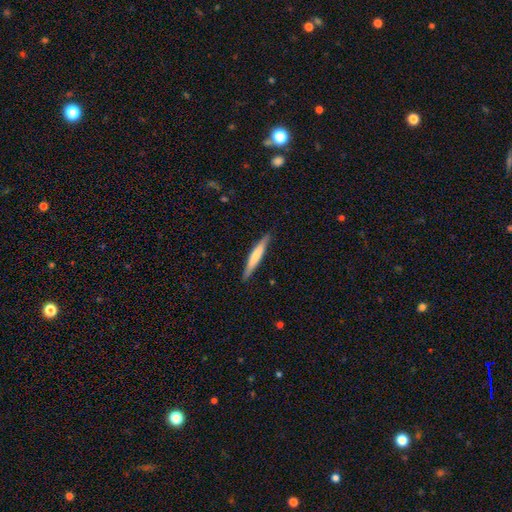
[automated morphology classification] Overall: smooth (61%; featured or disk 34%). How rounded: cigar-shaped (94%). Merging: none (89%).